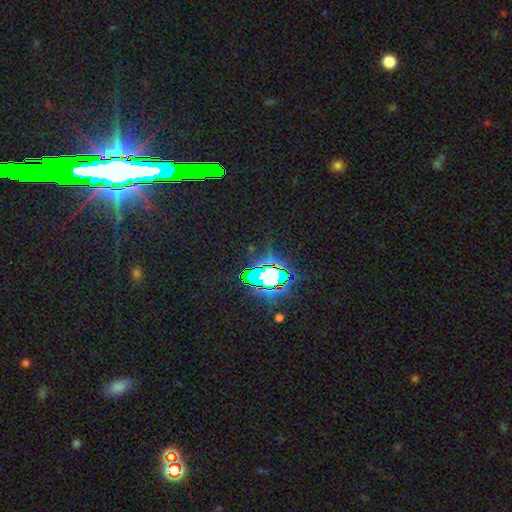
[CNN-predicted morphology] Smooth or featured? star or artifact (80%)